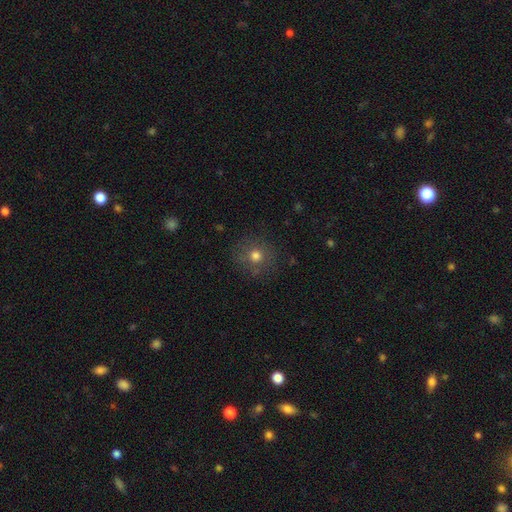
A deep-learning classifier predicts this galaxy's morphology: A smooth galaxy with no disk features (73%) that is round (90%). Merging: none (83%).